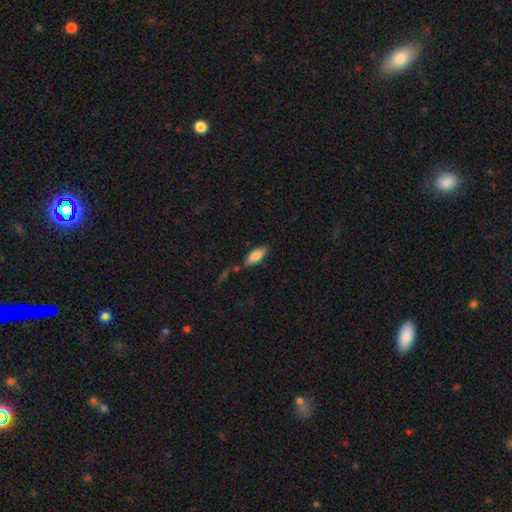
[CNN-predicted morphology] Smooth or featured? smooth (79%)
How rounded? in between (74%)
Merging? none (76%)